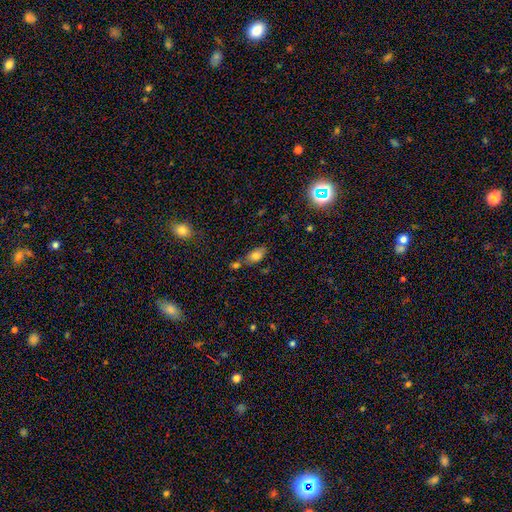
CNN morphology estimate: This appears to be a smooth galaxy with no disk features (76%) that is in between round and cigar-shaped (87%). Merging: none (56%).